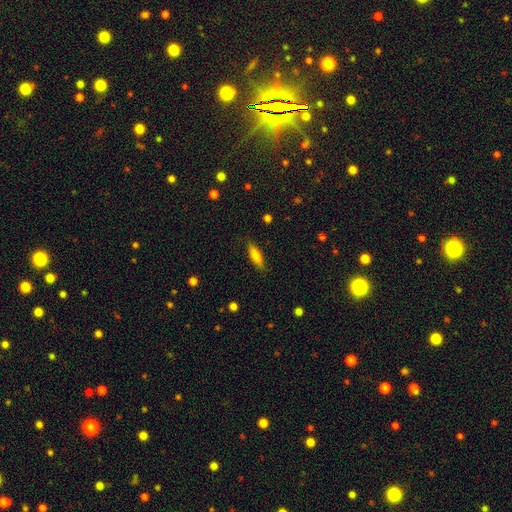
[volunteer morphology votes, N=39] Smooth or featured? 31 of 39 (79%) said smooth. How rounded? 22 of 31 (71%) said cigar-shaped. Merging? 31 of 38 (82%) said none.